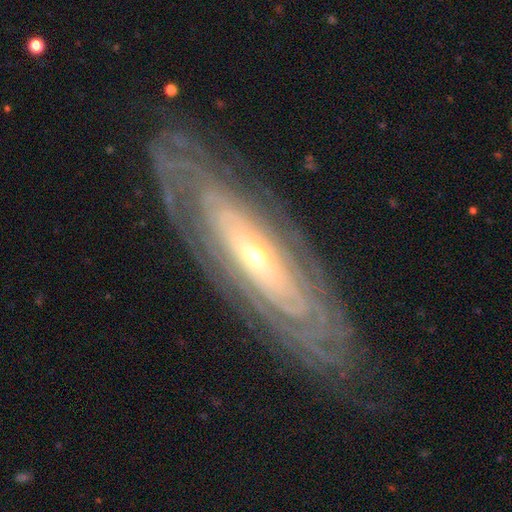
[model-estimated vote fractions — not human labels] featured or disk 83%, smooth 11%, star or artifact 6%. Down the decision tree: edge-on disk — no (79%); bar — no (66%); spiral arms — yes (84%); spiral arm count — can't tell (62%); spiral winding — tight (80%); bulge size — small (70%); merging — none (80%).